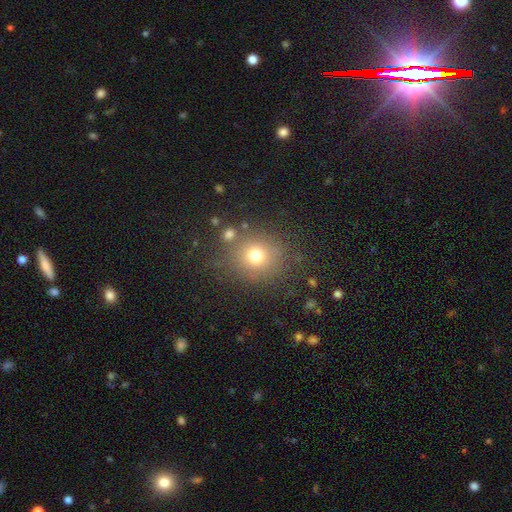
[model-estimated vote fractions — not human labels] Smooth or featured?
  - smooth: 72% *
  - star or artifact: 17%
  - featured or disk: 11%
How rounded?
  - round: 85% *
  - in between: 14%
  - cigar-shaped: 1%
Merging?
  - none: 79% *
  - minor disturbance: 11%
  - major disturbance: 6%
  - merger: 5%